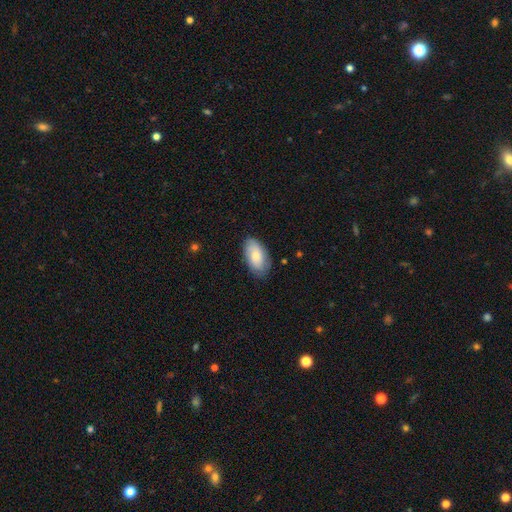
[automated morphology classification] A smooth galaxy with no disk features (68%) that is in between round and cigar-shaped (94%). Merging: none (79%).